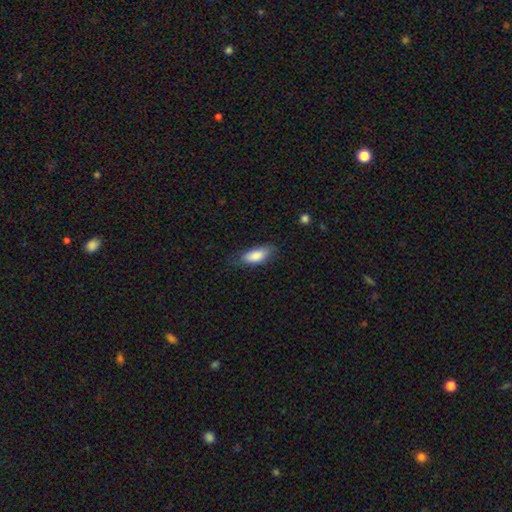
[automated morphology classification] A smooth galaxy with no disk features (84%) that is in between round and cigar-shaped (82%). Merging: none (70%).